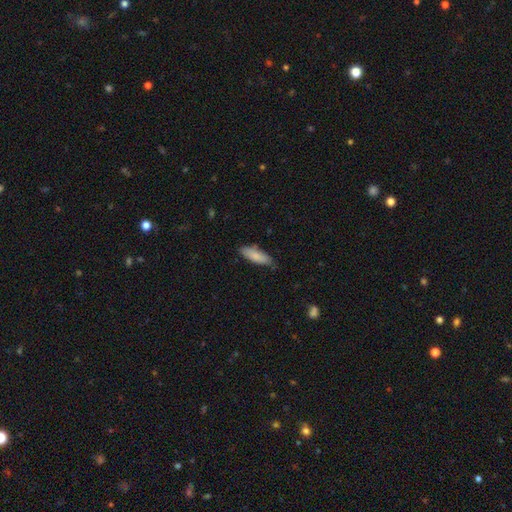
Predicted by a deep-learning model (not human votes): A smooth galaxy with no disk features (85%) that is in between round and cigar-shaped (58%). Merging: none (76%).